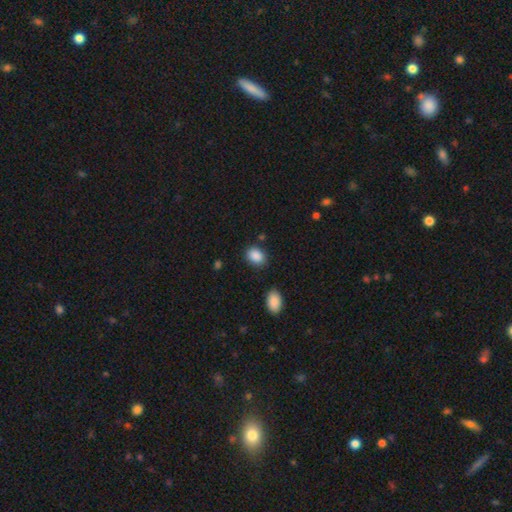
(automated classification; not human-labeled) This appears to be a smooth galaxy with no disk features (88%) that is in between round and cigar-shaped (65%). Merging: none (78%).